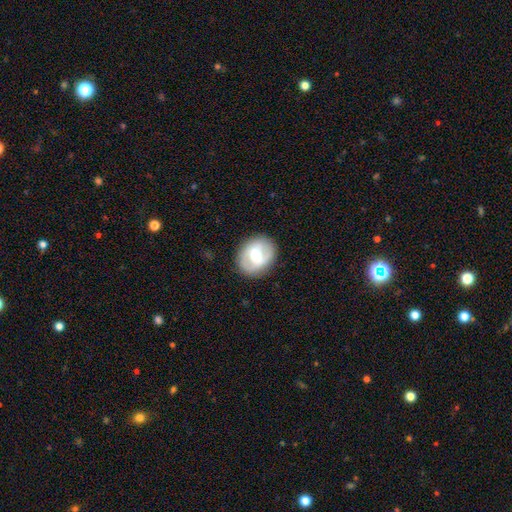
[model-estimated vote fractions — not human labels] smooth-or-featured: featured or disk: 55% | smooth: 39% | star or artifact: 6%
  disk-edge-on: no: 94% | yes: 6%
    bar: weak: 45% | strong: 32% | no: 24%
    has-spiral-arms: no: 51% | yes: 49%
    bulge-size: moderate: 69% | large: 16% | small: 13% | dominant: 1% | none: 1%
  merging: none: 86% | minor disturbance: 10% | major disturbance: 4% | merger: 1%